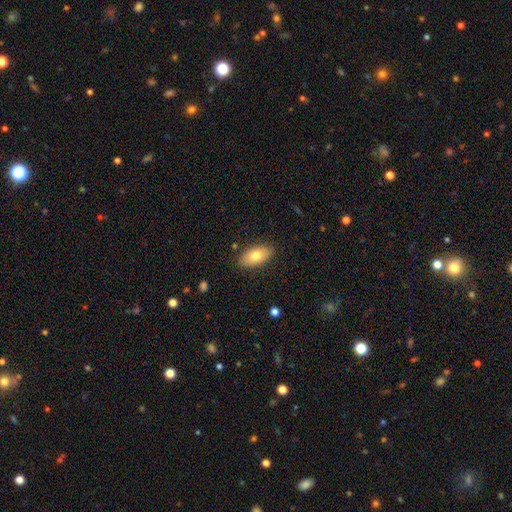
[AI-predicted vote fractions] This is likely a smooth galaxy (75%). How rounded: clearly in between (91%). Merging: clearly none (86%).